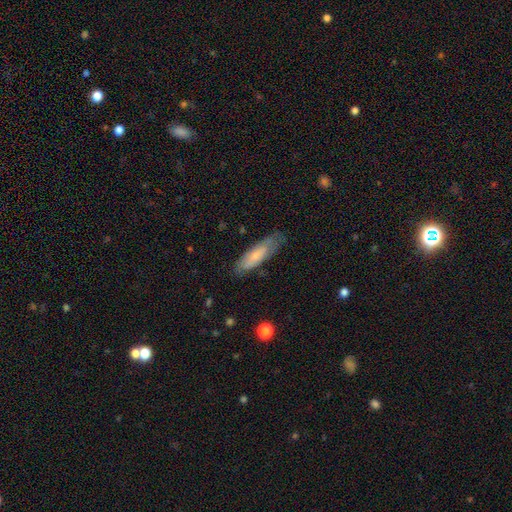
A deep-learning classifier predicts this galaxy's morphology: type=smooth (64%); roundness=cigar-shaped (58%); merging=none (71%).